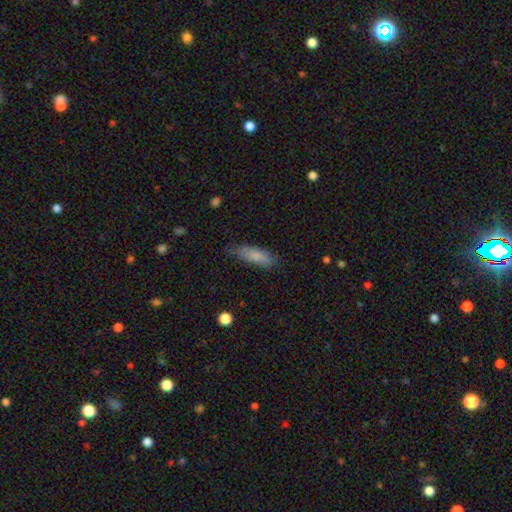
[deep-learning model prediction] Overall: smooth (82%). How rounded: in between (56%; cigar-shaped 42%). Merging: none (73%).